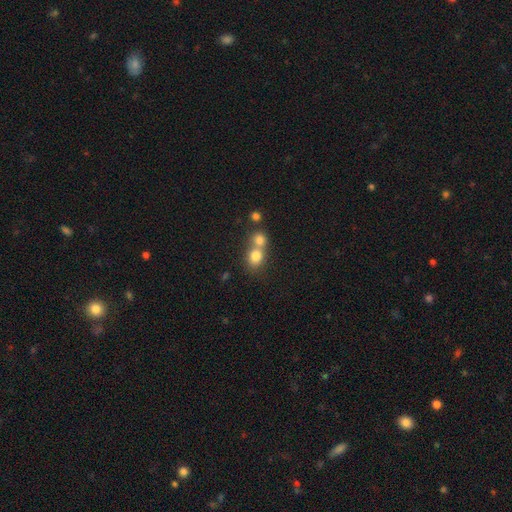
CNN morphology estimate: smooth-or-featured: smooth: 78% | star or artifact: 11% | featured or disk: 11%
  how-rounded: round: 73% | in between: 26% | cigar-shaped: 1%
  merging: merger: 57% | none: 35% | minor disturbance: 6% | major disturbance: 3%